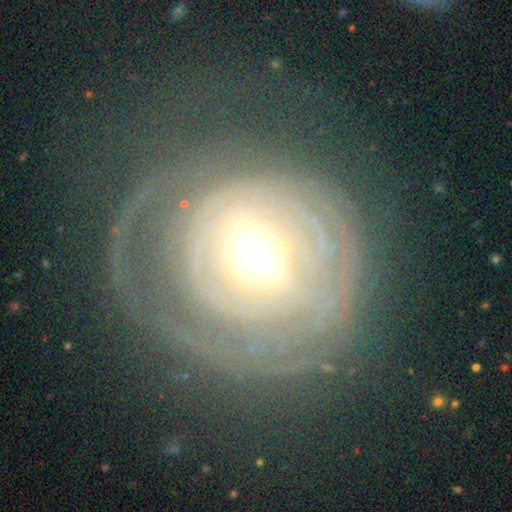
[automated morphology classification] This appears to be a featured or disk galaxy (80%) with a weak bar (39%), tight (68%) spiral arms (80%) and a moderate central bulge (56%). Merging: none (52%).